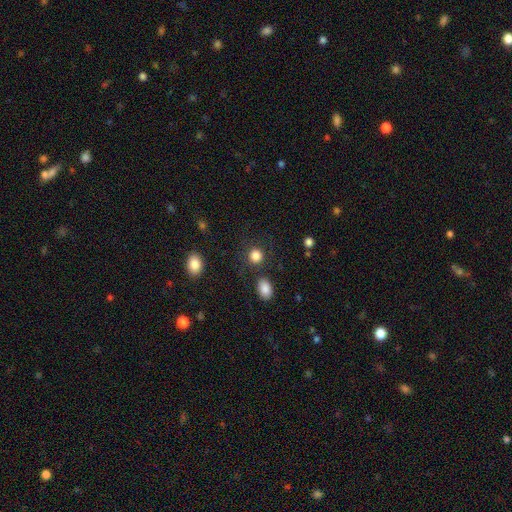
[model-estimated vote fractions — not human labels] Smooth or featured? smooth (86%)
How rounded? round (86%)
Merging? none (82%)